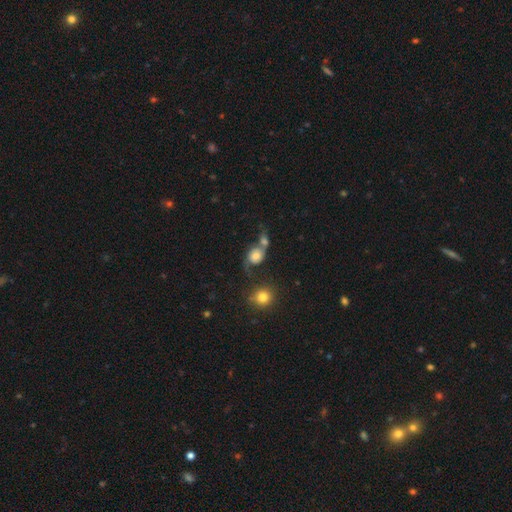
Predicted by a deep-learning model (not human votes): Overall: smooth (46%; featured or disk 42%). Merging: merger (46%; none 26%).